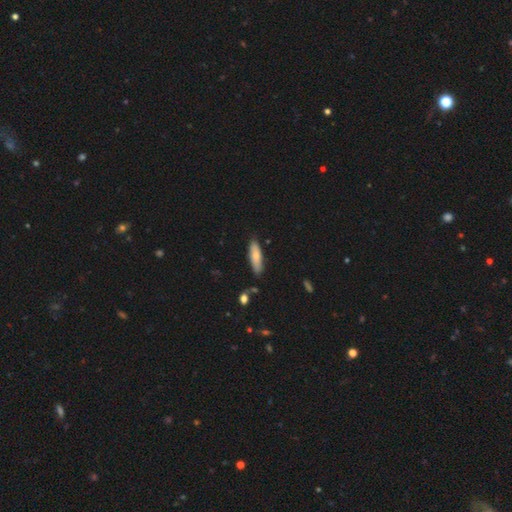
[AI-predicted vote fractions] This is likely a smooth galaxy (72%). How rounded: possibly cigar-shaped (59%). Merging: clearly none (80%).